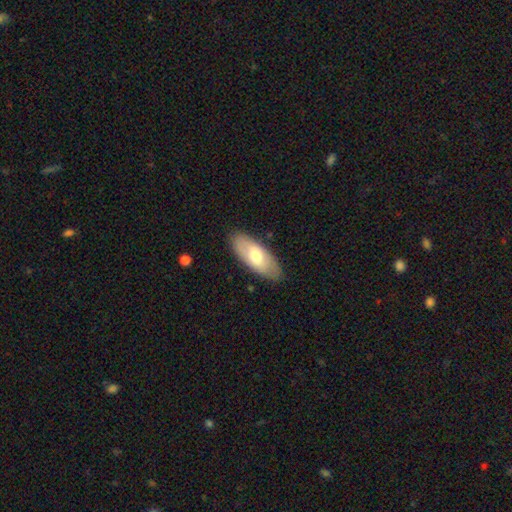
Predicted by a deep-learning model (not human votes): Morphology: type=smooth (64%); roundness=in between (85%); merging=none (87%).